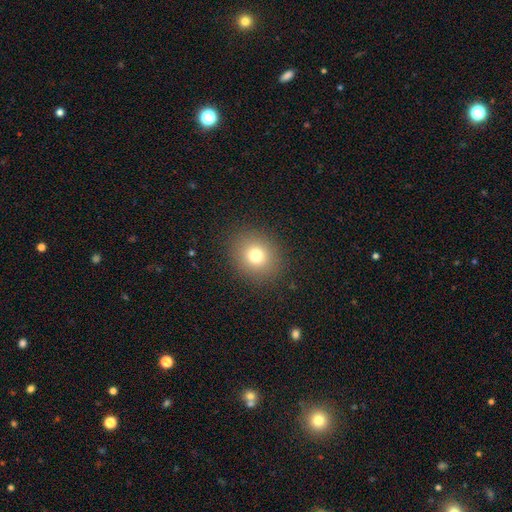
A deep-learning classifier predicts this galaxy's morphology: This is likely a smooth galaxy (76%). How rounded: likely round (75%). Merging: clearly none (89%).